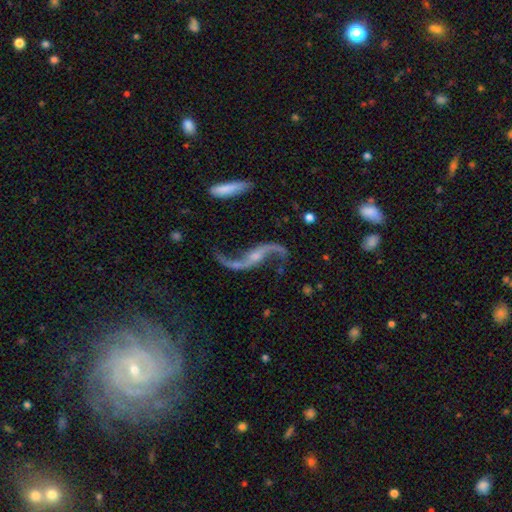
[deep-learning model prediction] Smooth or featured: featured or disk — 91% (star or artifact — 5%)
Edge-on disk: no — 94% (yes — 6%)
Bar: no — 53% (weak — 31%)
Spiral arms: yes — 97% (no — 3%)
Spiral winding: loose — 94% (medium — 4%)
Spiral arm count: 2 — 94% (1 — 2%)
Bulge size: small — 60% (moderate — 26%)
Merging: none — 72% (minor disturbance — 14%)